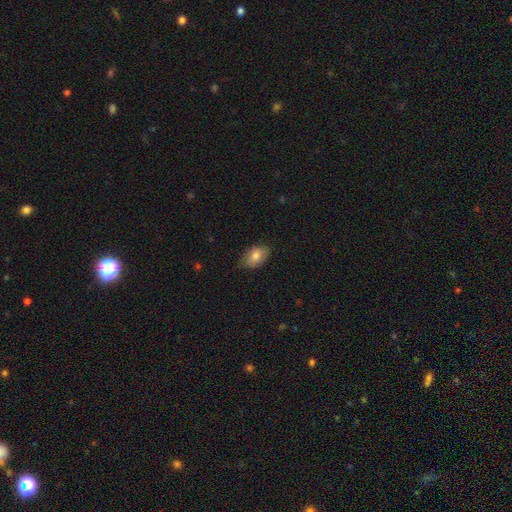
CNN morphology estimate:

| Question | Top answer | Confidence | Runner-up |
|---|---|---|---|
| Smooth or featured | smooth | 79% | featured or disk (13%) |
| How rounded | in between | 88% | round (10%) |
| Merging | none | 73% | minor disturbance (23%) |